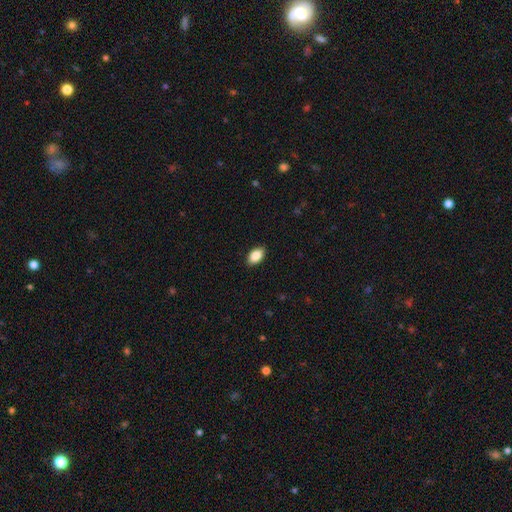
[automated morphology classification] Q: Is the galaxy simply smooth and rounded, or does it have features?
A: smooth — 87%.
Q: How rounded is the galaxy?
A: in between — 91%.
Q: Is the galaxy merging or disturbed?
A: none — 89%.